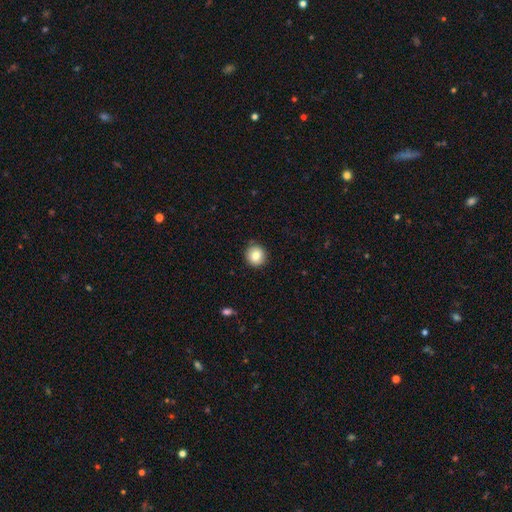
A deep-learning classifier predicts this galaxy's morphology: Smooth or featured?
  - smooth: 83% *
  - star or artifact: 9%
  - featured or disk: 8%
How rounded?
  - round: 91% *
  - in between: 8%
  - cigar-shaped: 1%
Merging?
  - none: 88% *
  - minor disturbance: 9%
  - major disturbance: 2%
  - merger: 1%